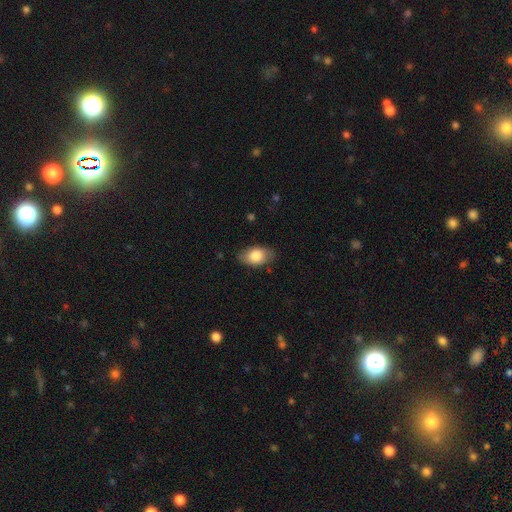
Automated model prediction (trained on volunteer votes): smooth_or_featured: smooth (p=0.81) [alt: featured or disk p=0.13]
how_rounded: in between (p=0.91) [alt: round p=0.07]
merging: none (p=0.81) [alt: minor disturbance p=0.15]